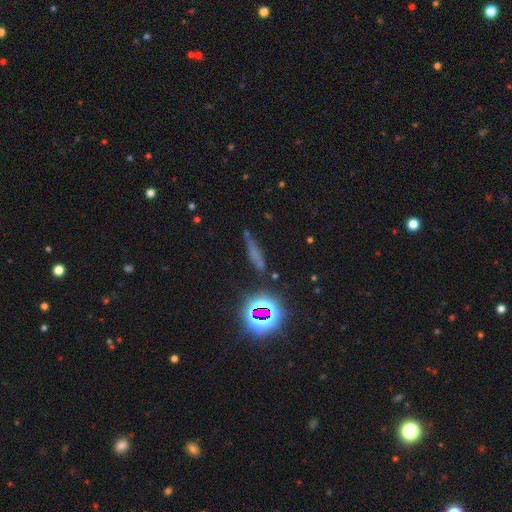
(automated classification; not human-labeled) Smooth or featured: smooth — 43% (star or artifact — 37%)
Merging: none — 70% (minor disturbance — 18%)